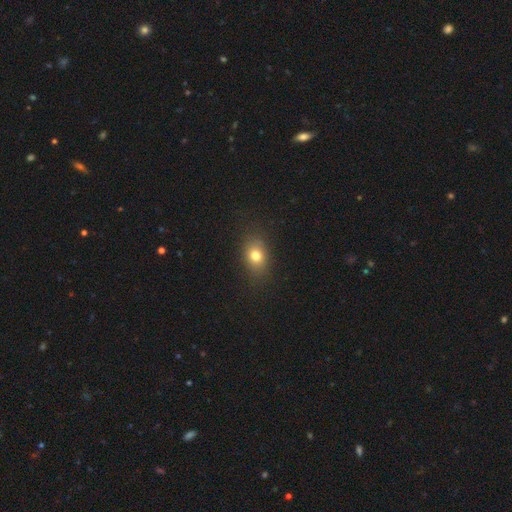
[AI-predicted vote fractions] Q: Smooth or featured?
A: smooth (77%); runner-up: star or artifact (13%)
Q: How rounded?
A: in between (61%); runner-up: round (37%)
Q: Merging?
A: none (83%); runner-up: minor disturbance (12%)